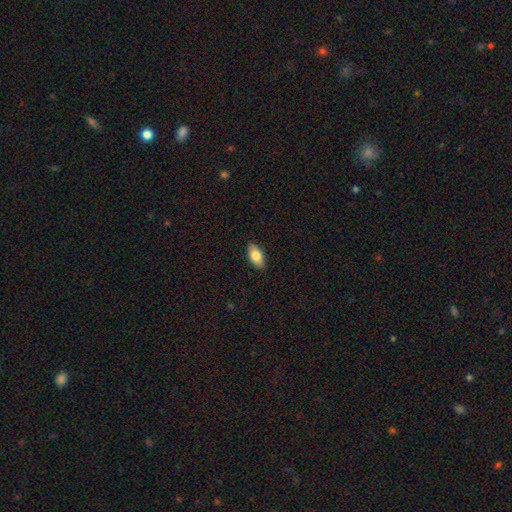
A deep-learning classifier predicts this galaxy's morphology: smooth_or_featured: smooth (p=0.81) [alt: featured or disk p=0.13]
how_rounded: in between (p=0.92) [alt: cigar-shaped p=0.05]
merging: none (p=0.88) [alt: minor disturbance p=0.09]